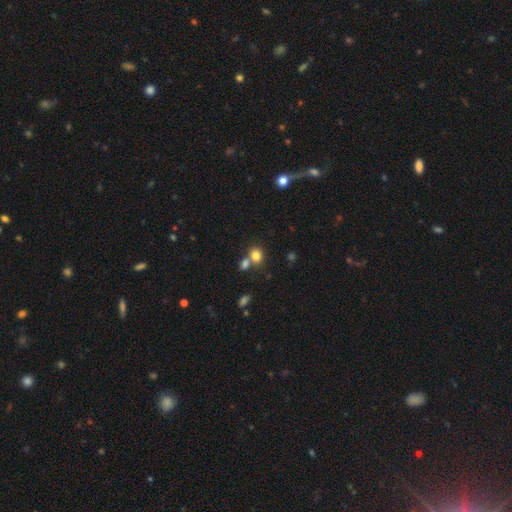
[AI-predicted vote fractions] Smooth or featured? Predicted: smooth (p=0.80). How rounded? Predicted: round (p=0.64). Merging? Predicted: none (p=0.52).